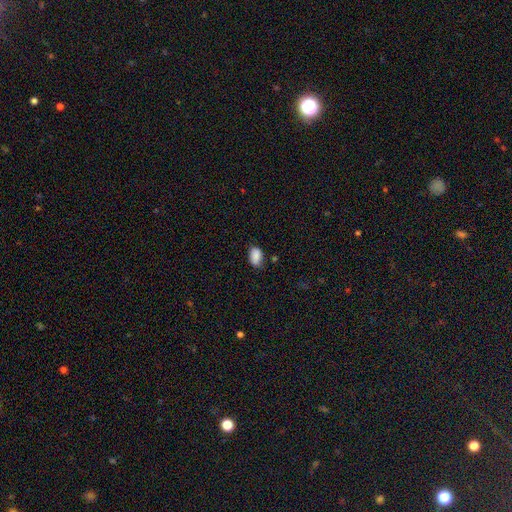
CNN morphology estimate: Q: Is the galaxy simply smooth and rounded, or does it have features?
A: smooth — 88%.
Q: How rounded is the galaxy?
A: in between — 89%.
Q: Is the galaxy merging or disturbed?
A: none — 76%.